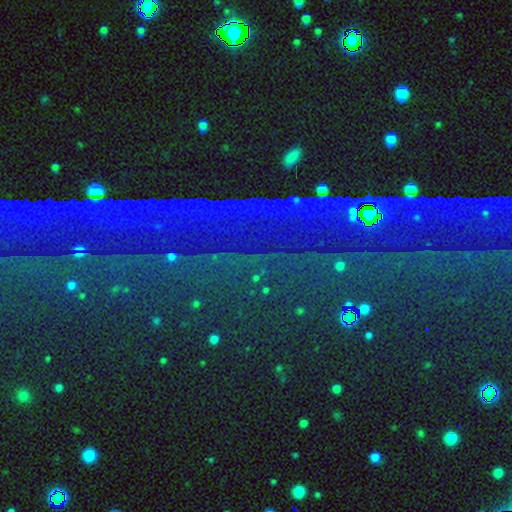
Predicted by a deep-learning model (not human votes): A star or artifact, not a galaxy (83%).